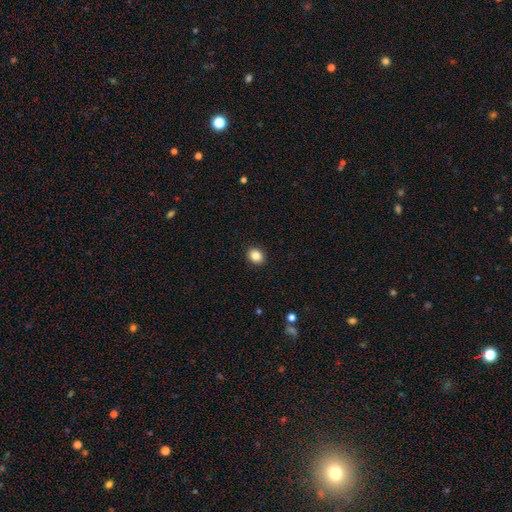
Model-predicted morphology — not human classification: This appears to be a smooth galaxy with no disk features (85%) that is round (60%). Merging: none (92%).